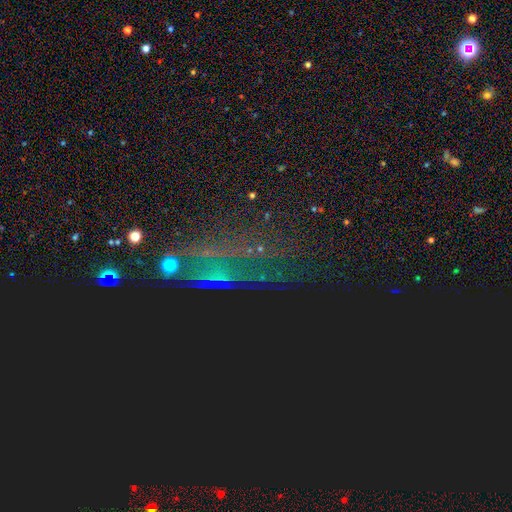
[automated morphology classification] Smooth or featured? Predicted: star or artifact (p=0.58).